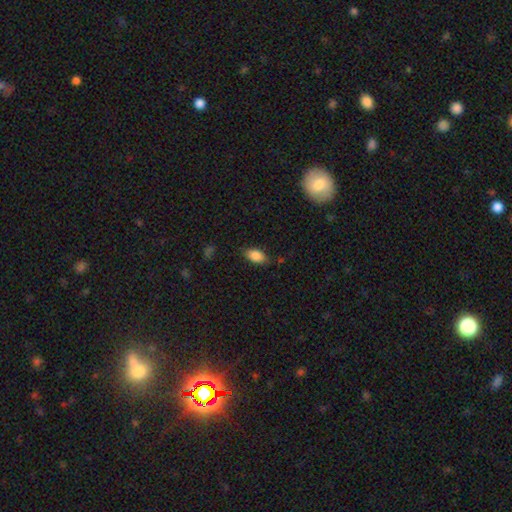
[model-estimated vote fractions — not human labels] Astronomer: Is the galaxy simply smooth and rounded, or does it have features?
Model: smooth — 87%.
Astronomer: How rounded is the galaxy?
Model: in between — 91%.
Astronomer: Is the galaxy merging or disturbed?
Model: none — 80%.